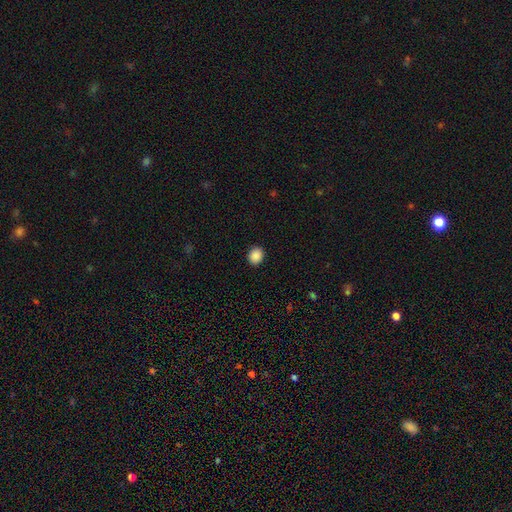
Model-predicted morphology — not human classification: type=smooth (89%); roundness=round (70%); merging=none (91%).